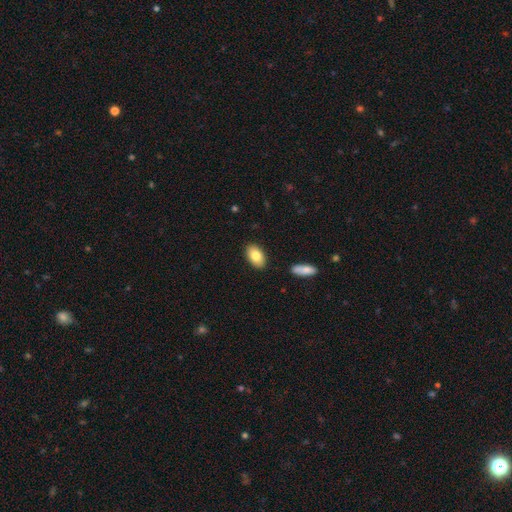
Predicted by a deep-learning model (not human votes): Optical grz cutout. It shows a smooth galaxy with no disk features (81%) that is in between round and cigar-shaped (92%). Merging: none (88%).